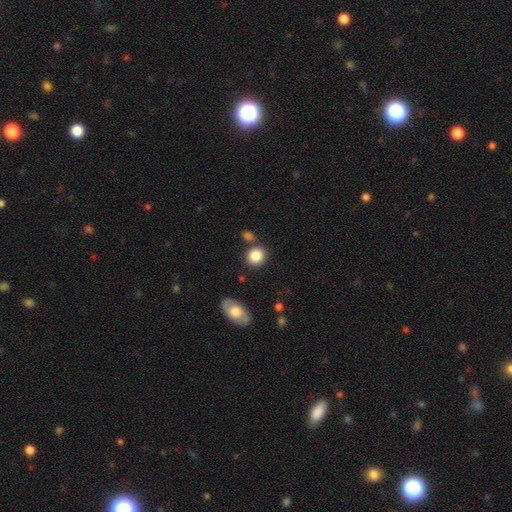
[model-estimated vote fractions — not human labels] This appears to be a smooth galaxy with no disk features (85%) that is round (79%). Merging: none (76%).